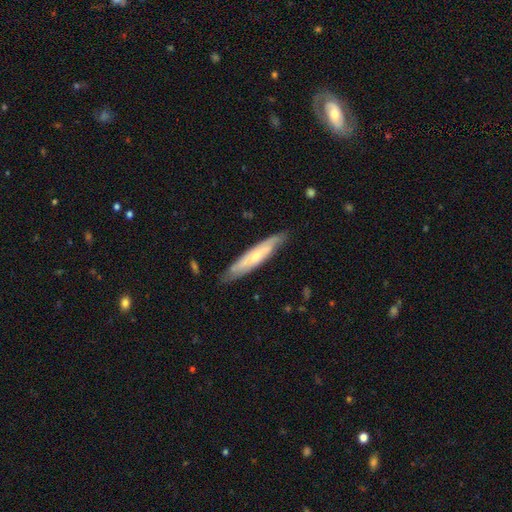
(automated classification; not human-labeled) featured or disk 58%, smooth 37%, star or artifact 5%. Down the decision tree: edge-on disk — yes (59%); merging — none (82%).